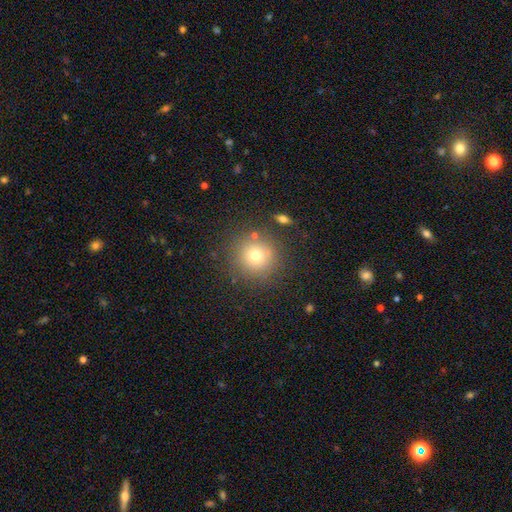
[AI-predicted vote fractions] Morphology: type=smooth (73%); roundness=round (94%); merging=none (84%).